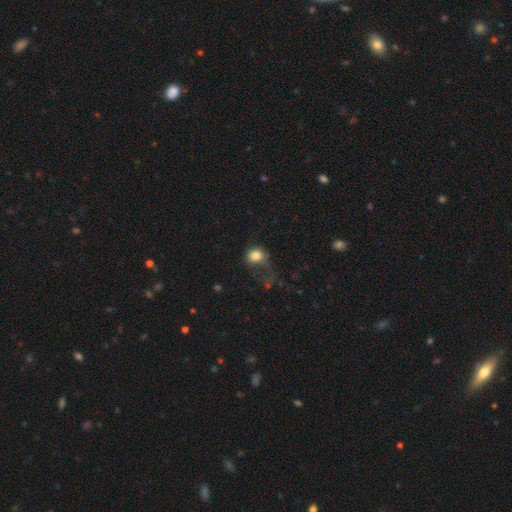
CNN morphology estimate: Smooth or featured: smooth — 78% (featured or disk — 12%)
How rounded: round — 66% (in between — 33%)
Merging: major disturbance — 49% (none — 25%)